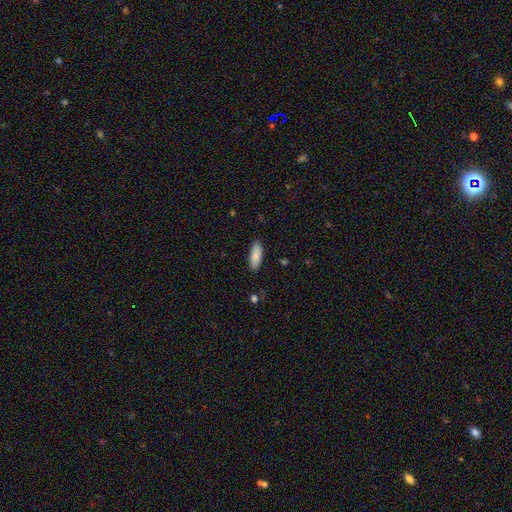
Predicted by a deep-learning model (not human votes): Q: Smooth or featured?
A: smooth (88%); runner-up: featured or disk (6%)
Q: How rounded?
A: in between (67%); runner-up: cigar-shaped (31%)
Q: Merging?
A: none (88%); runner-up: minor disturbance (9%)